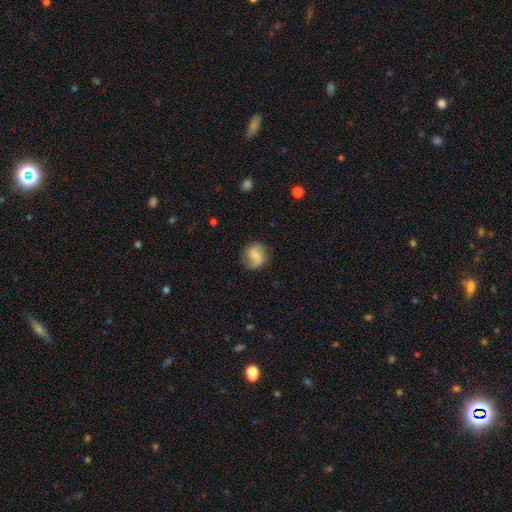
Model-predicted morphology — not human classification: Smooth or featured: smooth — 55% (featured or disk — 36%)
How rounded: round — 74% (in between — 25%)
Merging: none — 71% (minor disturbance — 20%)